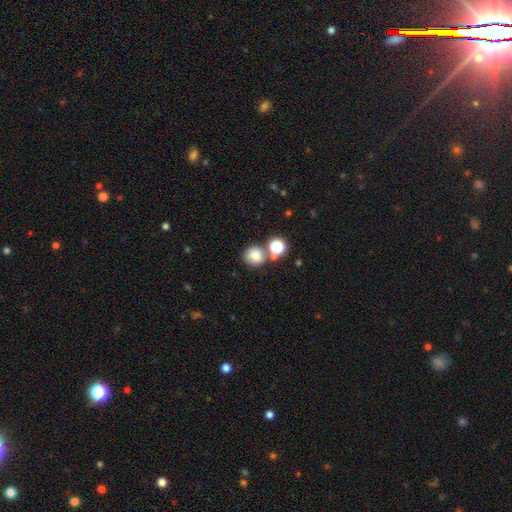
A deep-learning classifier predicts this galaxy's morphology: Smooth or featured: smooth — 76% (star or artifact — 14%)
How rounded: round — 84% (in between — 15%)
Merging: none — 60% (merger — 26%)